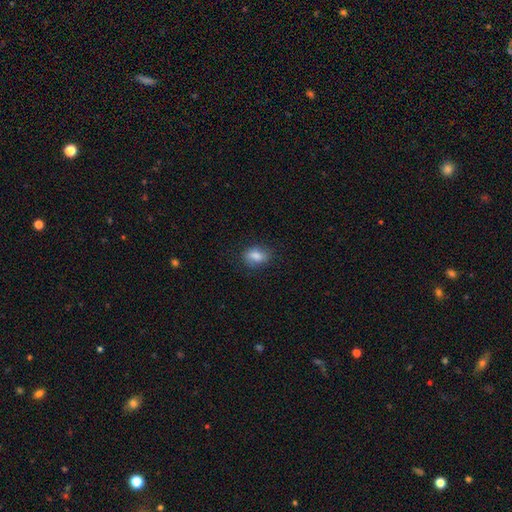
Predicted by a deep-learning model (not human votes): Q: Smooth or featured?
A: smooth (80%); runner-up: featured or disk (11%)
Q: How rounded?
A: in between (77%); runner-up: round (20%)
Q: Merging?
A: none (75%); runner-up: minor disturbance (18%)